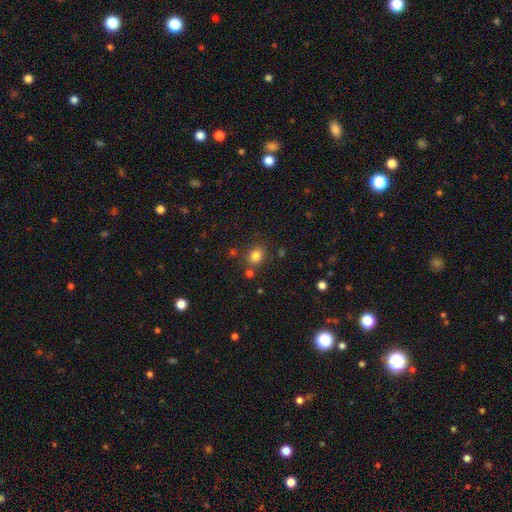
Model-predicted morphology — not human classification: Smooth or featured? Predicted: smooth (p=0.81). How rounded? Predicted: round (p=0.60). Merging? Predicted: none (p=0.77).